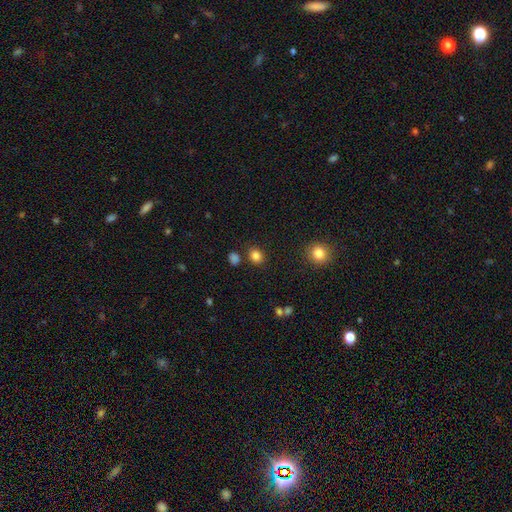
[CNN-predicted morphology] smooth 83%, star or artifact 12%, featured or disk 4%. Down the decision tree: how rounded — round (68%); merging — none (82%).